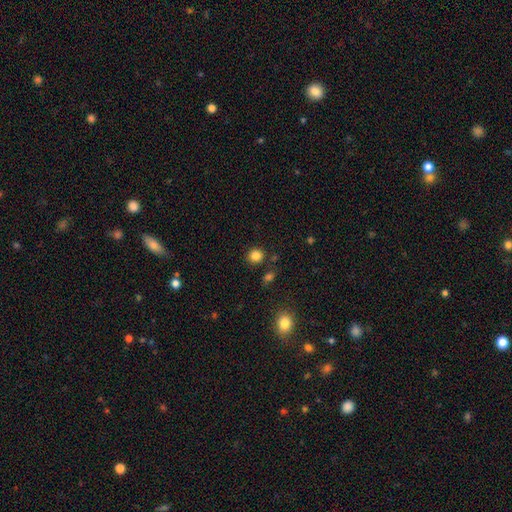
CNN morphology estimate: A smooth galaxy with no disk features (84%) that is round (87%).

Vote fractions:
- Smooth or featured? smooth: 84% / star or artifact: 12% / featured or disk: 4%
- How rounded? round: 87% / in between: 13% / cigar-shaped: 1%
- Merging? none: 85% / minor disturbance: 8% / merger: 4% / major disturbance: 3%